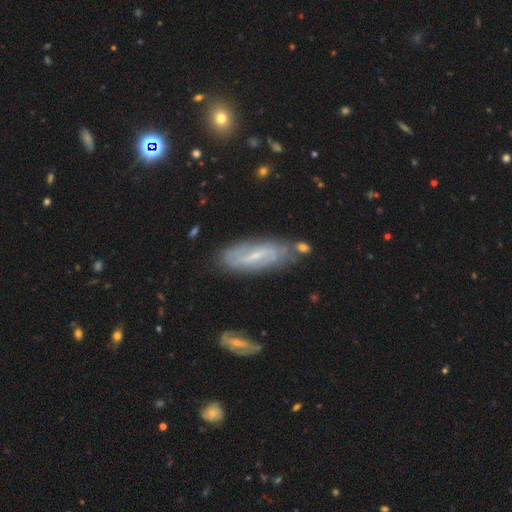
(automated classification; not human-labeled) The model was most divided on "bar": weak: 50%, strong: 31%, no: 19%. More confident: edge-on disk — no (84%); spiral arms — yes (83%); merging — none (74%); bulge size — small (70%); smooth or featured — featured or disk (69%).